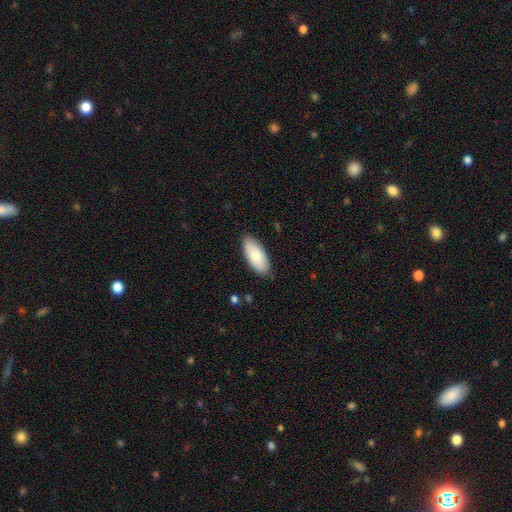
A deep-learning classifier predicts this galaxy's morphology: Overall: smooth (78%). How rounded: in between (89%). Merging: none (85%).